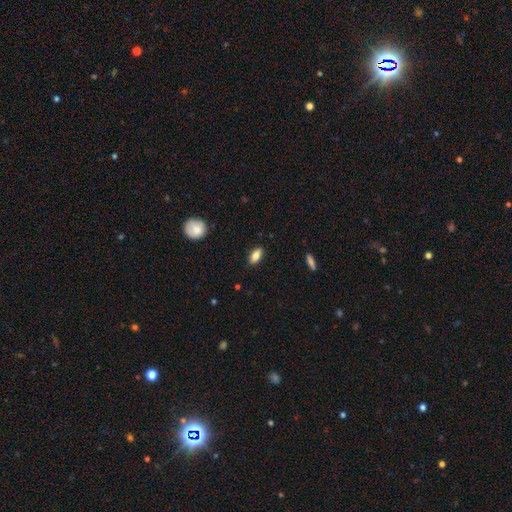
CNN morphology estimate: Smooth or featured? smooth (79%)
How rounded? in between (84%)
Merging? none (87%)